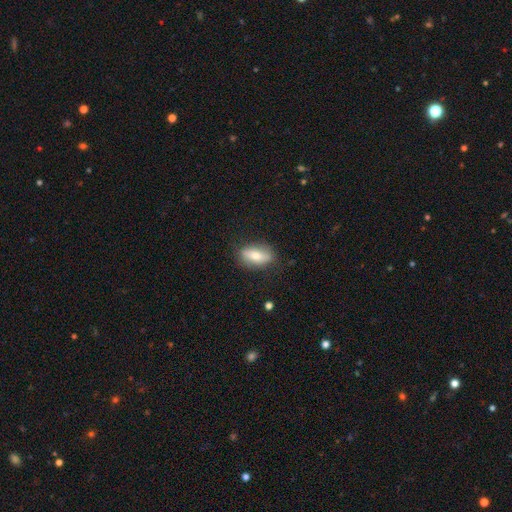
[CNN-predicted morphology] type=smooth (68%); roundness=in between (82%); merging=none (79%).